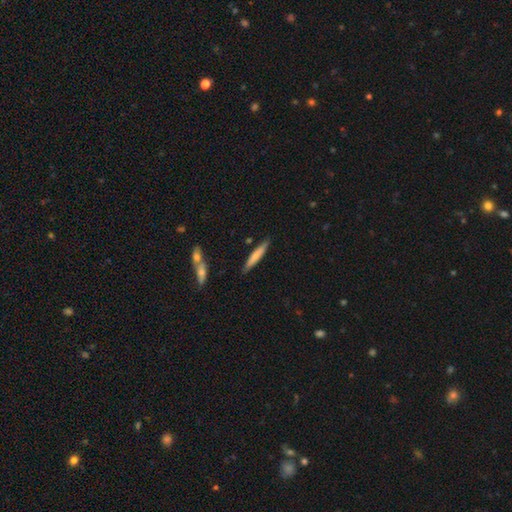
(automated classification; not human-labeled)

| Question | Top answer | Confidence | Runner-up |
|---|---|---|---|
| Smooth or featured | smooth | 67% | featured or disk (28%) |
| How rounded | cigar-shaped | 92% | in between (6%) |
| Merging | none | 85% | minor disturbance (10%) |